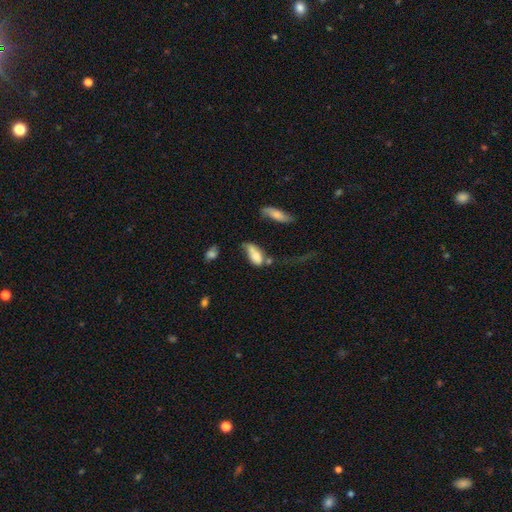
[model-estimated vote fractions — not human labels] A smooth galaxy with no disk features (68%) that is in between round and cigar-shaped (87%).

Vote fractions:
- Smooth or featured? smooth: 68% / featured or disk: 24% / star or artifact: 9%
- How rounded? in between: 87% / cigar-shaped: 8% / round: 6%
- Merging? major disturbance: 27% / merger: 25% / minor disturbance: 25% / none: 23%